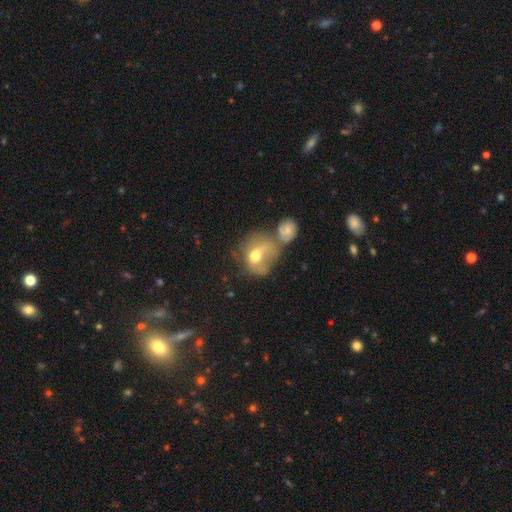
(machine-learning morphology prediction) This is possibly a smooth galaxy (52%). How rounded: possibly round (57%). Merging: marginally merger (41%).